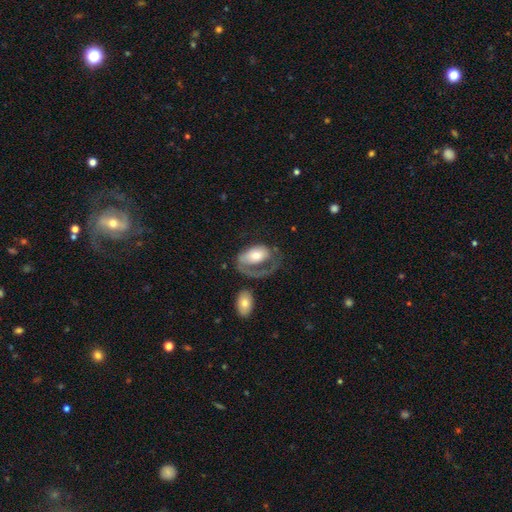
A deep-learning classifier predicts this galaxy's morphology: Smooth or featured? featured or disk (47%, tied with smooth)
Merging? major disturbance (53%)